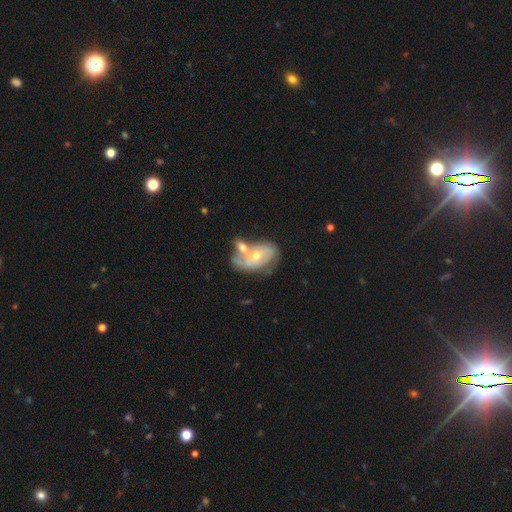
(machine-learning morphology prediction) Overall: featured or disk (62%; smooth 31%). Edge-on disk: no (95%). Bar: no (75%). Spiral arms: yes (53%; no 47%). Bulge size: moderate (60%; small 35%). Merging: merger (49%; none 24%).